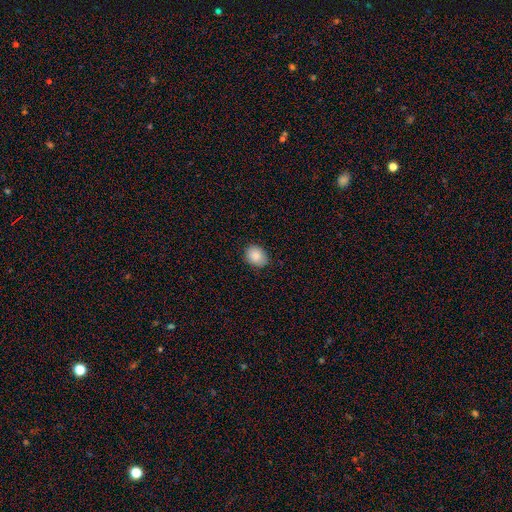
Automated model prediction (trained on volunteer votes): Smooth or featured? smooth (88%)
How rounded? round (50%)
Merging? none (85%)